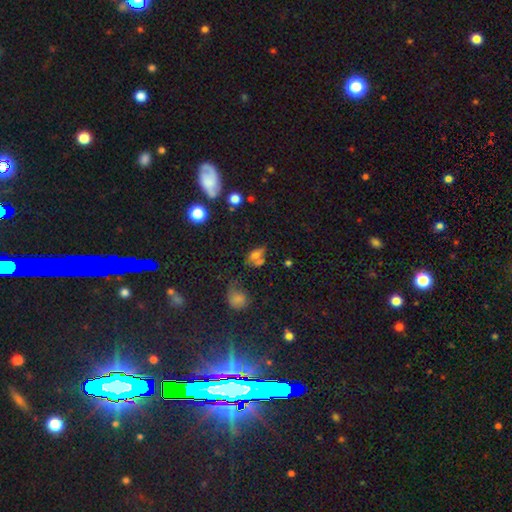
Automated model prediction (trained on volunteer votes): This is possibly a smooth galaxy (60%). How rounded: likely in between (75%). Merging: marginally none (39%).